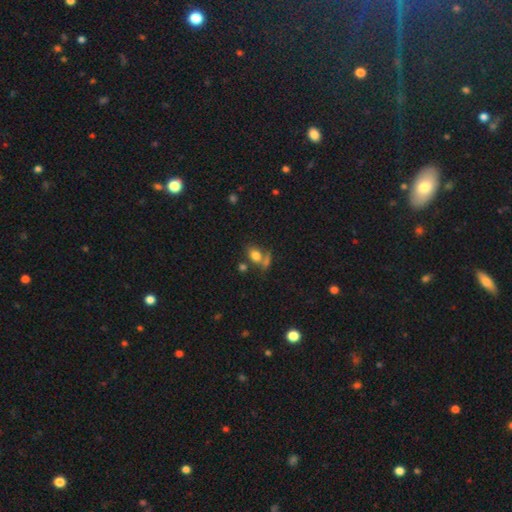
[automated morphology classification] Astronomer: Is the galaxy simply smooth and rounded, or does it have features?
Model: smooth — 77%.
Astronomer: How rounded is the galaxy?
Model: in between — 73%.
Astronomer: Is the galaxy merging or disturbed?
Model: none — 49% (runner-up: merger, 30%).